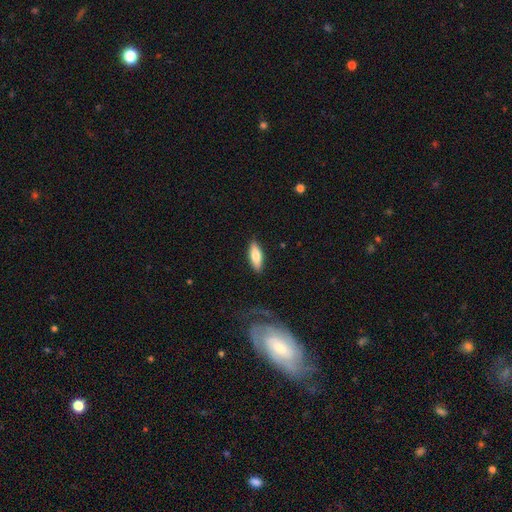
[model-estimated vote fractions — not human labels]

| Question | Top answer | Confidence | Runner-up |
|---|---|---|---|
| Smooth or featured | smooth | 70% | featured or disk (24%) |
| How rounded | in between | 56% | cigar-shaped (42%) |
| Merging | none | 87% | minor disturbance (9%) |